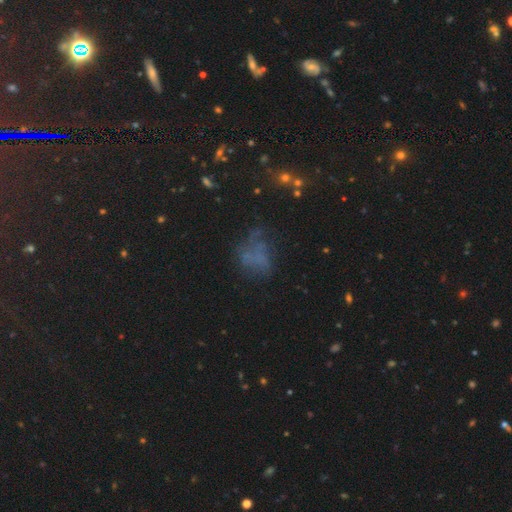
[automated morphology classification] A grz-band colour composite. It shows a smooth galaxy with no disk features (36%). Merging: none (41%).